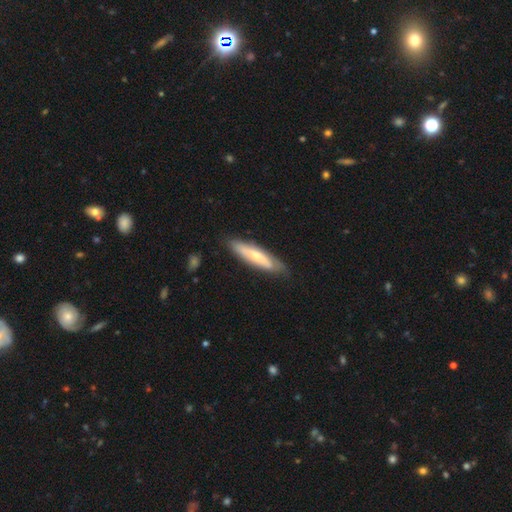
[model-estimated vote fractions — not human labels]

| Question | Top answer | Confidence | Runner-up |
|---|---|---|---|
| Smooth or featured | featured or disk | 47% | tied: smooth (47%) |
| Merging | none | 80% | minor disturbance (16%) |